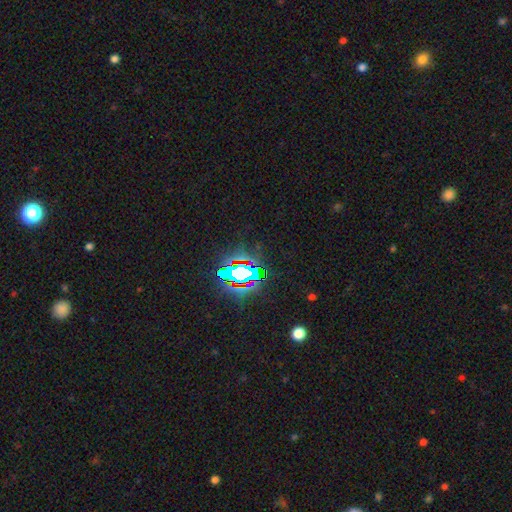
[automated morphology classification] smooth_or_featured: star or artifact (p=0.74) [alt: smooth p=0.15]